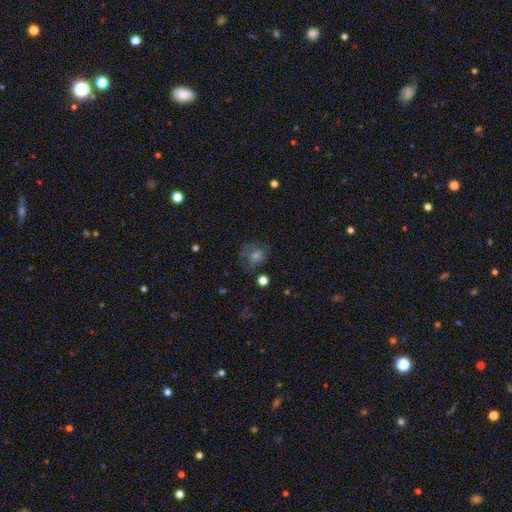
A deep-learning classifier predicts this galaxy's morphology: A smooth galaxy with no disk features (47%).

Vote fractions:
- Smooth or featured? smooth: 47% / featured or disk: 29% / star or artifact: 24%
- Merging? none: 62% / minor disturbance: 21% / major disturbance: 15% / merger: 3%